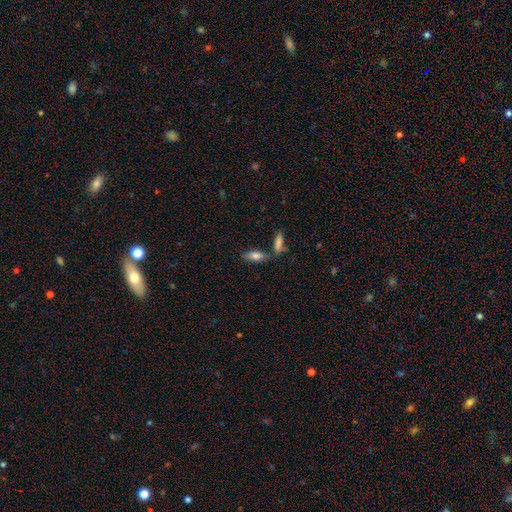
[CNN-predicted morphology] A smooth galaxy with no disk features (76%) that is in between round and cigar-shaped (65%).

Vote fractions:
- Smooth or featured? smooth: 76% / featured or disk: 16% / star or artifact: 7%
- How rounded? in between: 65% / cigar-shaped: 32% / round: 2%
- Merging? none: 67% / merger: 17% / minor disturbance: 12% / major disturbance: 3%